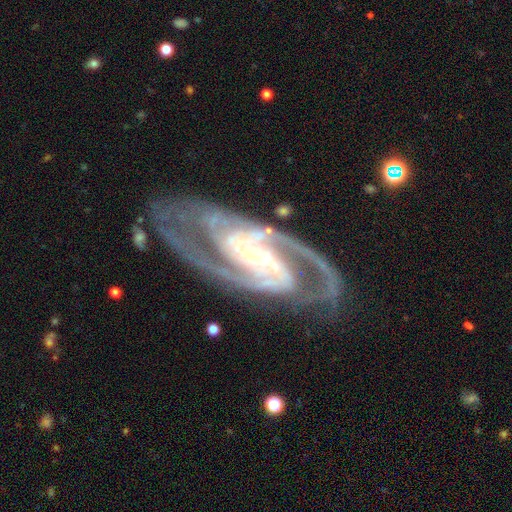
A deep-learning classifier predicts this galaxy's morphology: type=featured or disk (93%); edge-on=no (96%); bar=strong (39%); spiral arms=yes (99%); winding=medium (49%); arm count=2 (68%); bulge=small (59%); merging=none (75%).